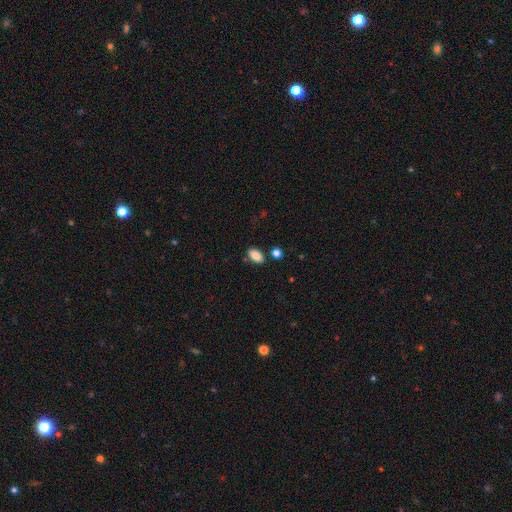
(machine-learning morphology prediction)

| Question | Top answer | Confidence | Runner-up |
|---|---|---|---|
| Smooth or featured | smooth | 87% | star or artifact (8%) |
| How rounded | in between | 91% | round (6%) |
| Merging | none | 81% | minor disturbance (11%) |